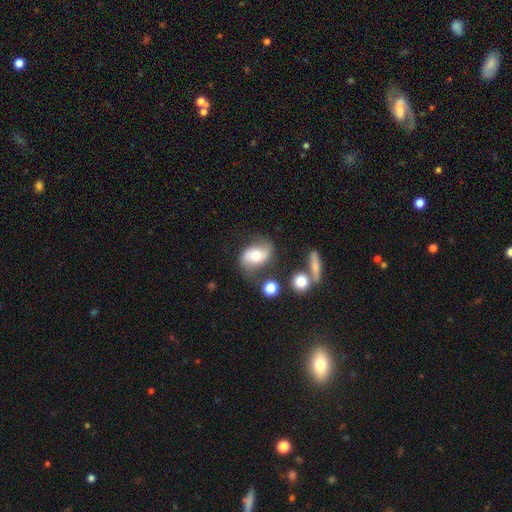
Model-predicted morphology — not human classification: smooth-or-featured: featured or disk: 47% | smooth: 44% | star or artifact: 8%
  merging: none: 63% | minor disturbance: 21% | major disturbance: 9% | merger: 6%